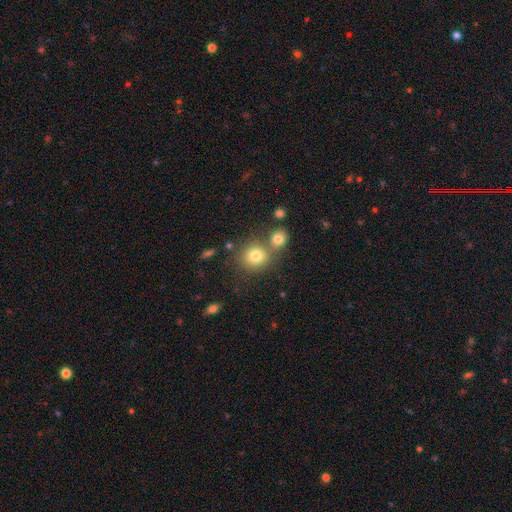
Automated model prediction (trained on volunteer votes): The model was most divided on "merging": none: 59%, merger: 28%, minor disturbance: 9%, major disturbance: 3%. More confident: how rounded — round (86%); smooth or featured — smooth (78%).